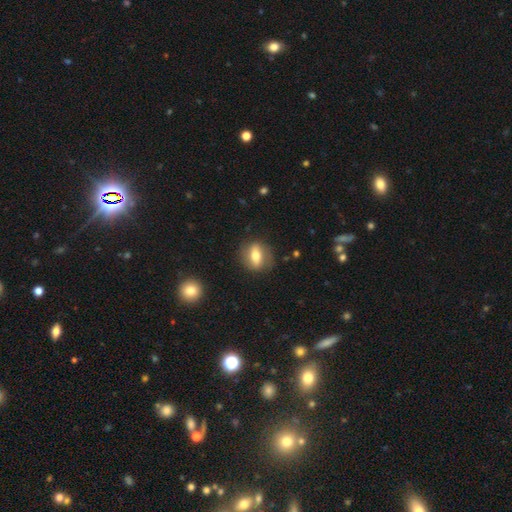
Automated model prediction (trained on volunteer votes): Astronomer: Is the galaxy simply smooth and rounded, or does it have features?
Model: smooth — 53% (runner-up: featured or disk, 39%).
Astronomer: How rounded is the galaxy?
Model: in between — 57% (runner-up: round, 33%).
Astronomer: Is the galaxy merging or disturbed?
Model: none — 82%.